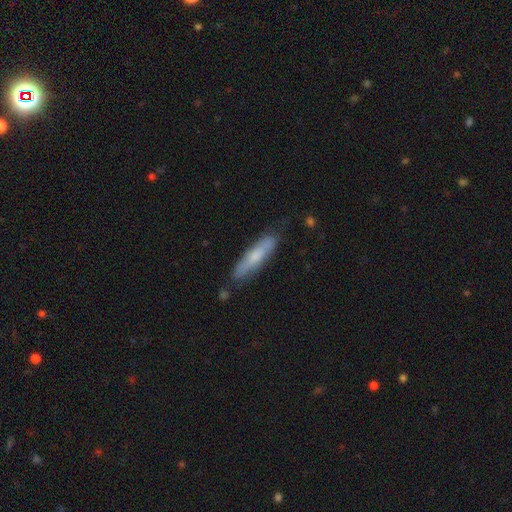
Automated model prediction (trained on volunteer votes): Overall: smooth (60%; featured or disk 34%). How rounded: cigar-shaped (82%). Merging: none (75%).